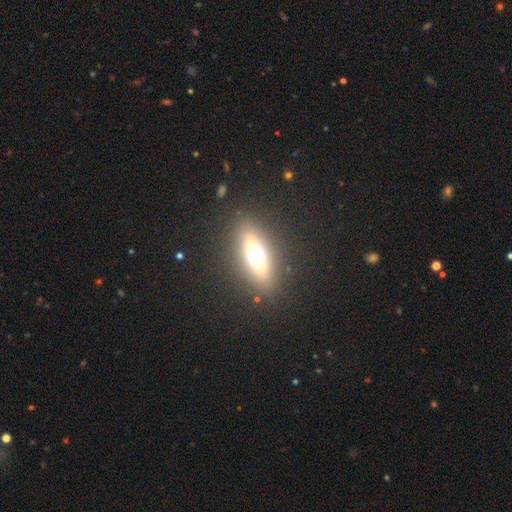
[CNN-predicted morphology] type=smooth (44%); merging=none (86%).